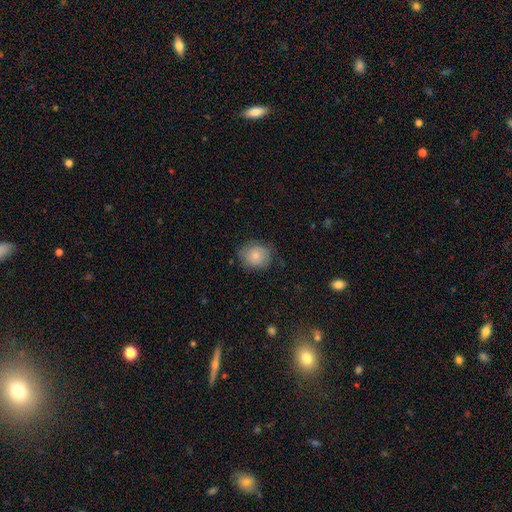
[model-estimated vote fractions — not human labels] Smooth or featured: smooth — 78% (featured or disk — 14%)
How rounded: round — 70% (in between — 29%)
Merging: none — 71% (minor disturbance — 22%)